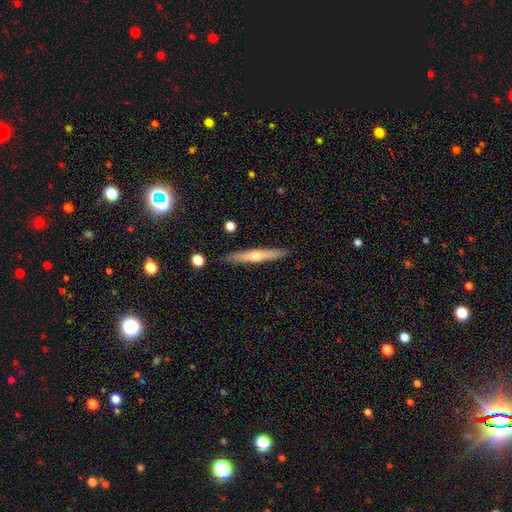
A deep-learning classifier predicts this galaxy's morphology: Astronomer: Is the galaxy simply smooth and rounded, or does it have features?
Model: featured or disk — 58% (runner-up: smooth, 36%).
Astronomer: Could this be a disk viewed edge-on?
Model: yes — 95%.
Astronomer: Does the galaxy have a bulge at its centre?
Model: rounded — 84%.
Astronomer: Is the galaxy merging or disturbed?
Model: none — 90%.